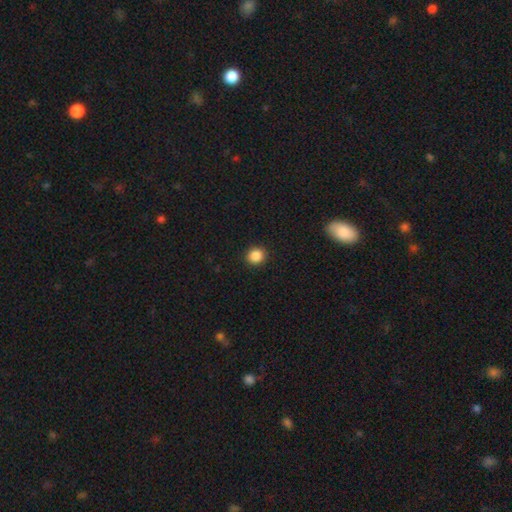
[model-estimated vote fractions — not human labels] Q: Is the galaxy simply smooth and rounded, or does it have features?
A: smooth — 87%.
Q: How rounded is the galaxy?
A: round — 90%.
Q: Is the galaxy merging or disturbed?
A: none — 93%.